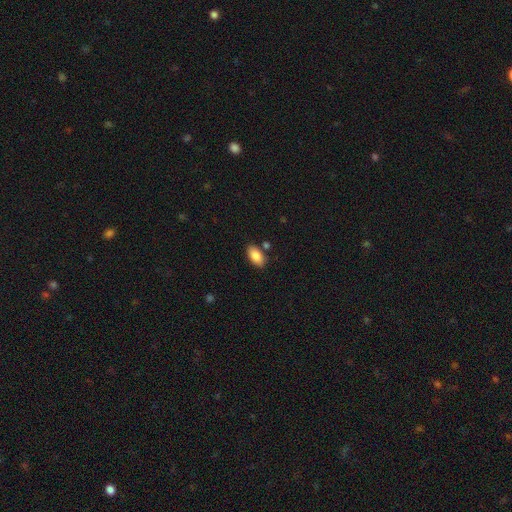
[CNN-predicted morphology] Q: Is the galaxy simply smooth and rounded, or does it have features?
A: smooth — 87%.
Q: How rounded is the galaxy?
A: in between — 94%.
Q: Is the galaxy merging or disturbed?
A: none — 82%.